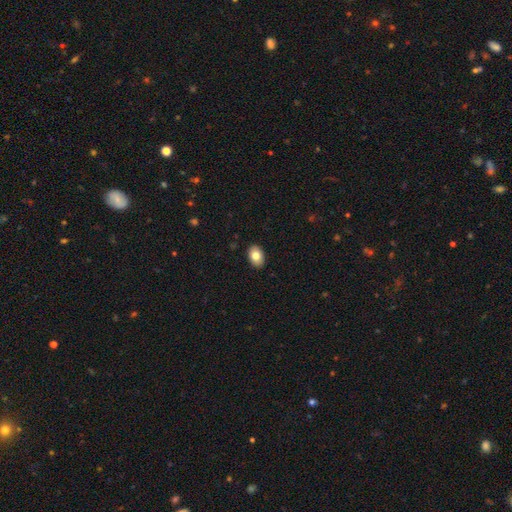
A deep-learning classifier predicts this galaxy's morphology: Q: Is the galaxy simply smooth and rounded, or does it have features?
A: smooth — 80%.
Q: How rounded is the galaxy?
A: in between — 85%.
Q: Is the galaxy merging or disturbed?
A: none — 90%.